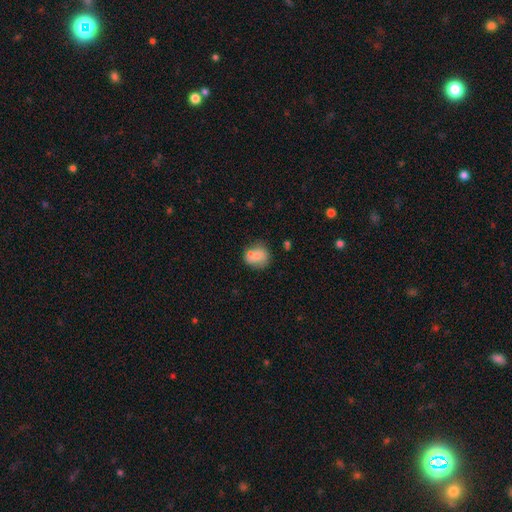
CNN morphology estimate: The model was most divided on "merging": none: 50%, merger: 25%, minor disturbance: 18%, major disturbance: 6%. More confident: how rounded — round (74%); smooth or featured — smooth (68%).